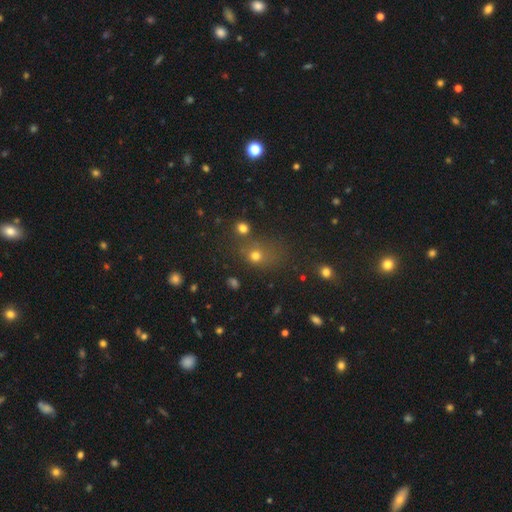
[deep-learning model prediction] Q: Smooth or featured?
A: smooth (67%); runner-up: star or artifact (23%)
Q: How rounded?
A: round (63%); runner-up: in between (35%)
Q: Merging?
A: none (54%); runner-up: merger (17%)